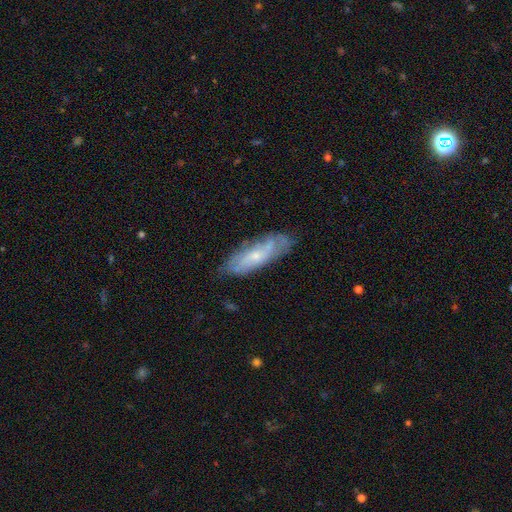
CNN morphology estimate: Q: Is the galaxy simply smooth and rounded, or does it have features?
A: featured or disk — 57%.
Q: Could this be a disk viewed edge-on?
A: no — 76%.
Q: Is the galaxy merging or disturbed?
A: none — 71%.